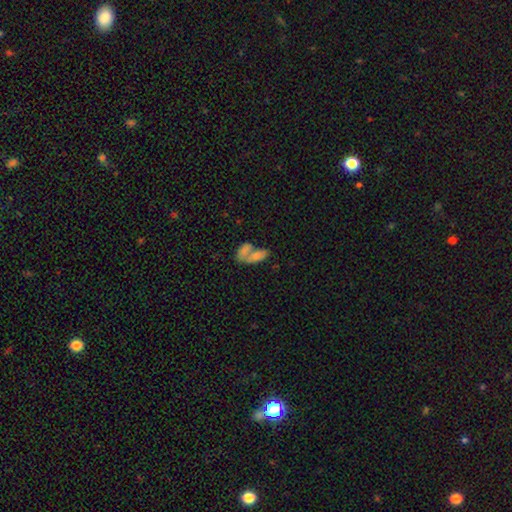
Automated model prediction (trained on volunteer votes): Overall: smooth (71%). How rounded: in between (85%). Merging: merger (62%).